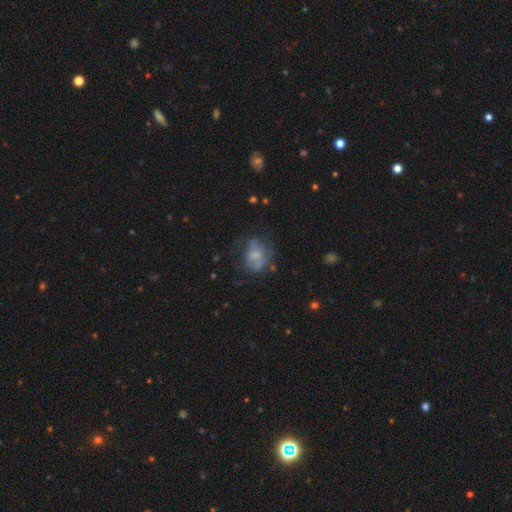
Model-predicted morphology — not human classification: This is possibly a smooth galaxy (54%). How rounded: possibly in between (52%). Merging: marginally none (45%).